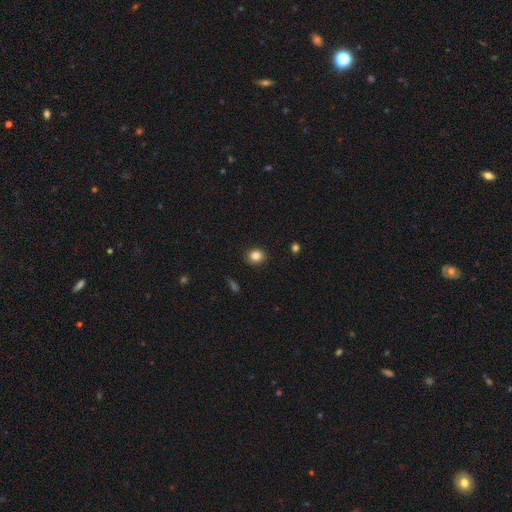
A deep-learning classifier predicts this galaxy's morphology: smooth 85%, star or artifact 11%, featured or disk 5%. Down the decision tree: how rounded — round (72%); merging — none (89%).